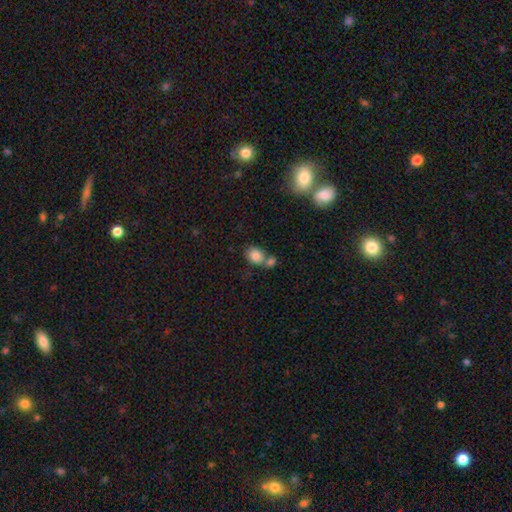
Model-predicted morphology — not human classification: This is clearly a smooth galaxy (84%). How rounded: possibly in between (54%). Merging: marginally none (43%, tied with merger).